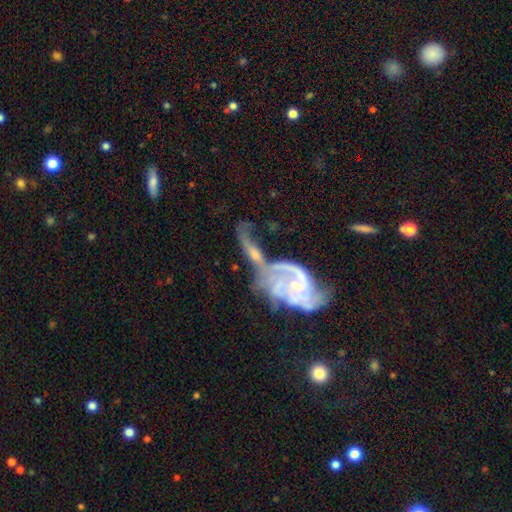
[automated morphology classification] Overall: featured or disk (80%). Edge-on disk: no (93%). Bar: no (60%; weak 31%). Spiral arms: yes (88%). Spiral arm count: 2 (59%; can't tell 19%). Spiral winding: medium (41%; loose 32%). Bulge size: small (58%; moderate 35%). Merging: merger (58%).